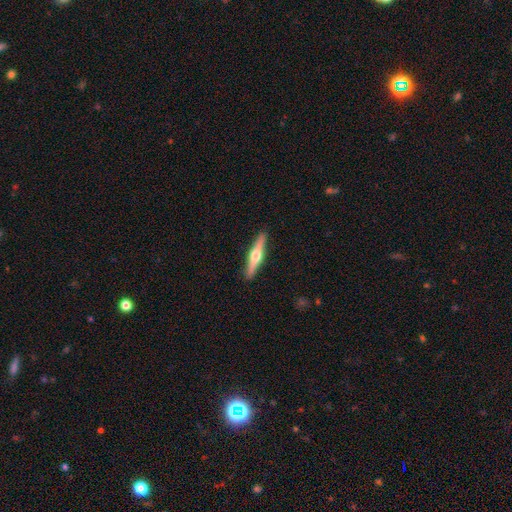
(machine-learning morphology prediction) smooth-or-featured: featured or disk: 68% | smooth: 27% | star or artifact: 5%
  disk-edge-on: yes: 97% | no: 3%
    edge-on-bulge: rounded: 95% | boxy: 3% | none: 2%
  merging: none: 91% | minor disturbance: 6% | major disturbance: 1% | merger: 1%